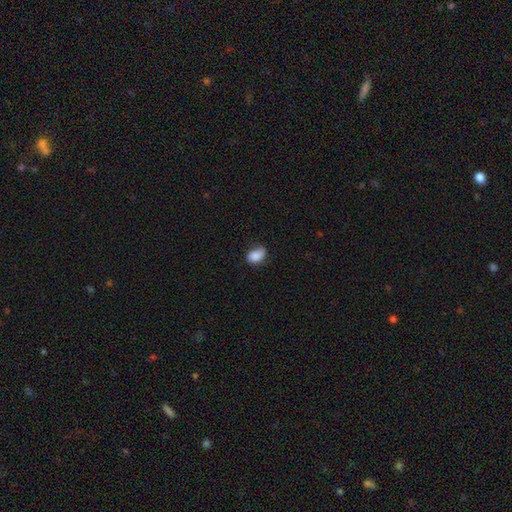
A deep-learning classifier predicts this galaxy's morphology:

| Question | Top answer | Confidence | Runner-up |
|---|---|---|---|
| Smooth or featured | smooth | 84% | featured or disk (8%) |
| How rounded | in between | 80% | round (18%) |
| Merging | none | 54% | minor disturbance (34%) |